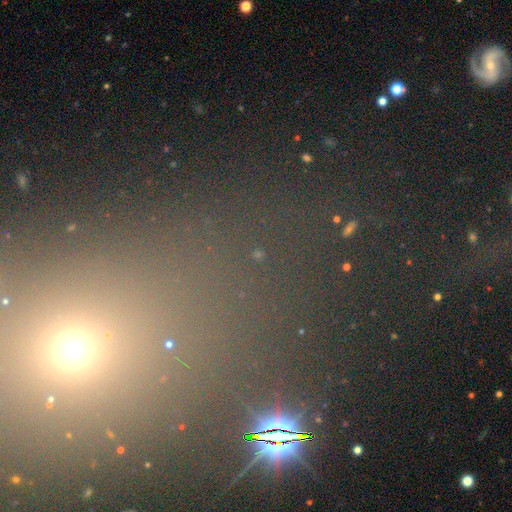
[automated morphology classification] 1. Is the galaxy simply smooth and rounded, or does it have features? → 62% star or artifact, 28% smooth, 10% featured or disk.